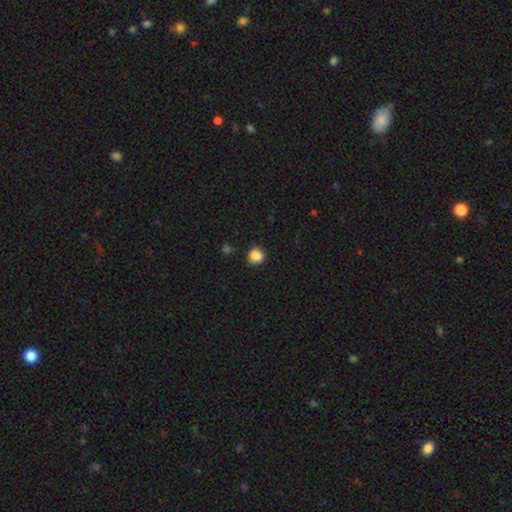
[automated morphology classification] This is clearly a smooth galaxy (86%). How rounded: clearly round (86%). Merging: clearly none (86%).